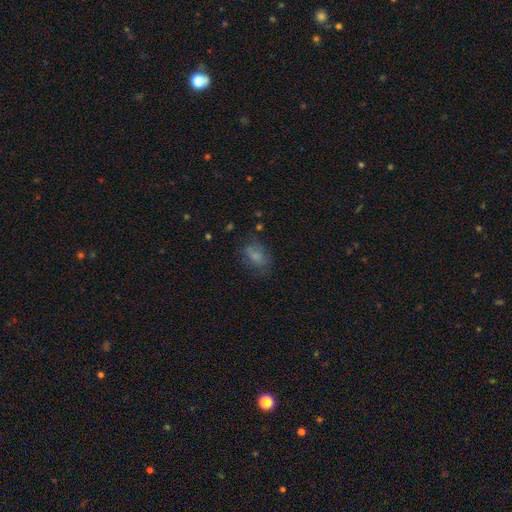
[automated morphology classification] smooth-or-featured: smooth: 68% | featured or disk: 19% | star or artifact: 13%
  how-rounded: in between: 82% | round: 16% | cigar-shaped: 2%
  merging: none: 56% | minor disturbance: 25% | major disturbance: 17% | merger: 3%